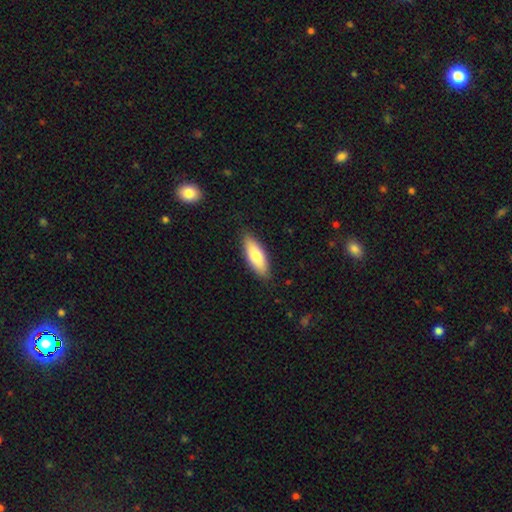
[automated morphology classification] smooth_or_featured: smooth (p=0.76) [alt: featured or disk p=0.18]
how_rounded: in between (p=0.64) [alt: cigar-shaped p=0.34]
merging: none (p=0.87) [alt: minor disturbance p=0.10]